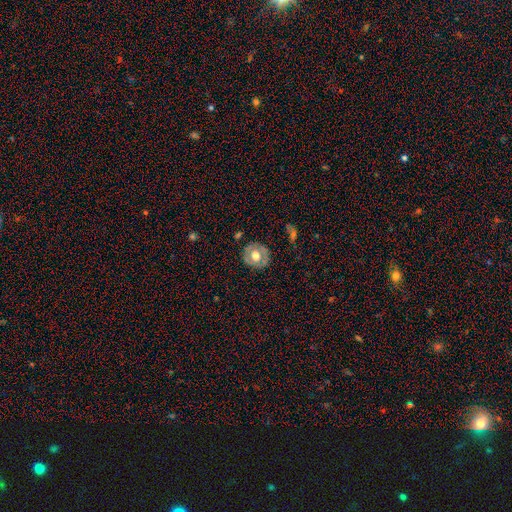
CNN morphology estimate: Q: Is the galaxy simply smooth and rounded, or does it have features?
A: smooth — 50%.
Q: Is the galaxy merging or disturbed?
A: none — 82%.